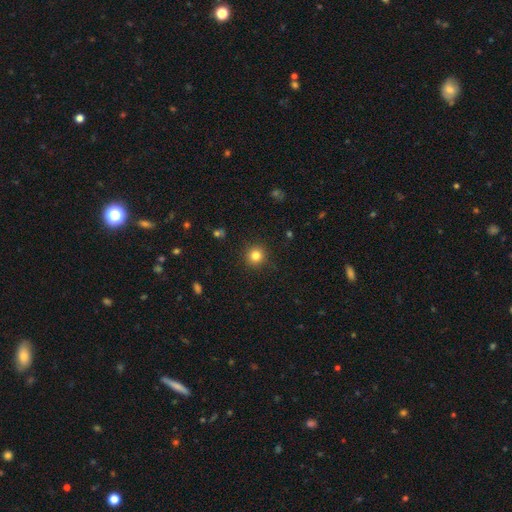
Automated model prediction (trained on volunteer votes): Overall: smooth (82%). How rounded: round (93%). Merging: none (91%).